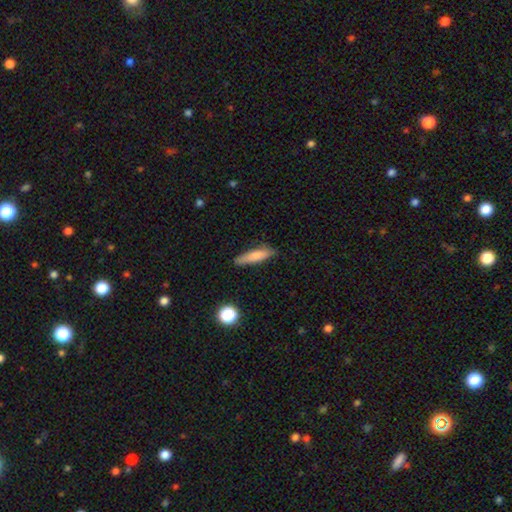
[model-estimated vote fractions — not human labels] Smooth or featured? smooth (77%)
How rounded? cigar-shaped (75%)
Merging? none (80%)